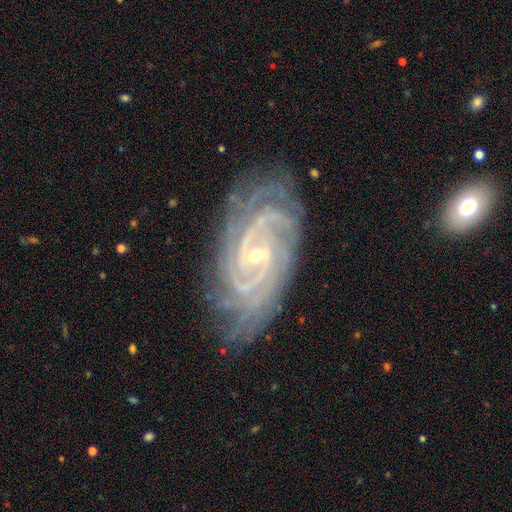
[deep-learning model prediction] Morphology: type=featured or disk (92%); edge-on=no (97%); bar=no (40%); spiral arms=yes (99%); winding=tight (74%); arm count=4 (24%); bulge=small (75%); merging=none (76%).